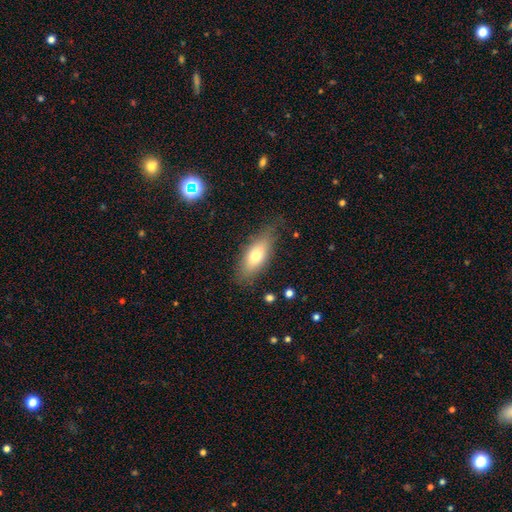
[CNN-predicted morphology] A smooth galaxy with no disk features (70%) that is in between round and cigar-shaped (74%). Merging: none (76%).